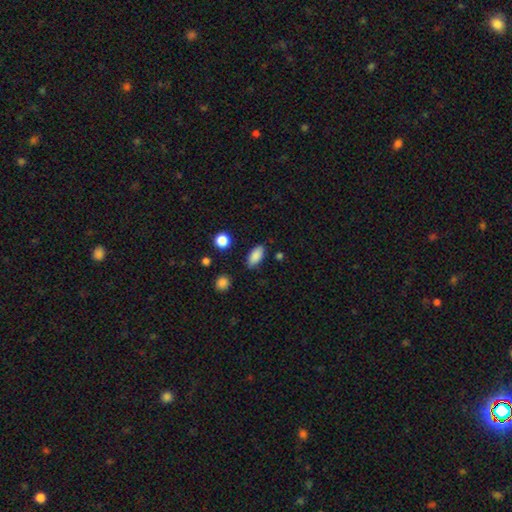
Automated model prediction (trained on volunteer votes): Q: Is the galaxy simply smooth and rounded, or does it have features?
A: smooth — 87%.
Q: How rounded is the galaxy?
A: in between — 89%.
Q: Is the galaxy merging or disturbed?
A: none — 84%.